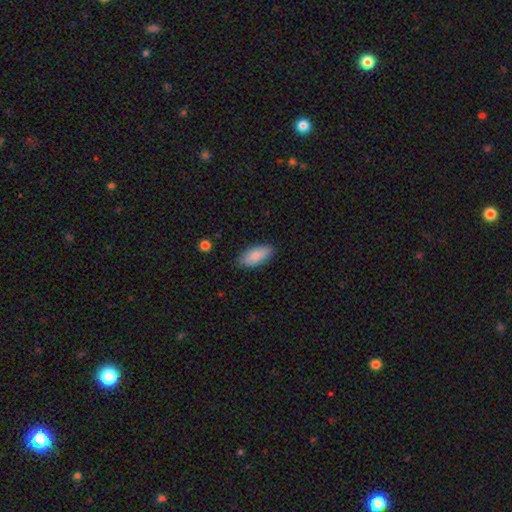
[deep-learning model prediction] A smooth galaxy with no disk features (87%) that is in between round and cigar-shaped (88%).

Vote fractions:
- Smooth or featured? smooth: 87% / featured or disk: 7% / star or artifact: 6%
- How rounded? in between: 88% / cigar-shaped: 10% / round: 2%
- Merging? none: 82% / minor disturbance: 14% / major disturbance: 3% / merger: 1%